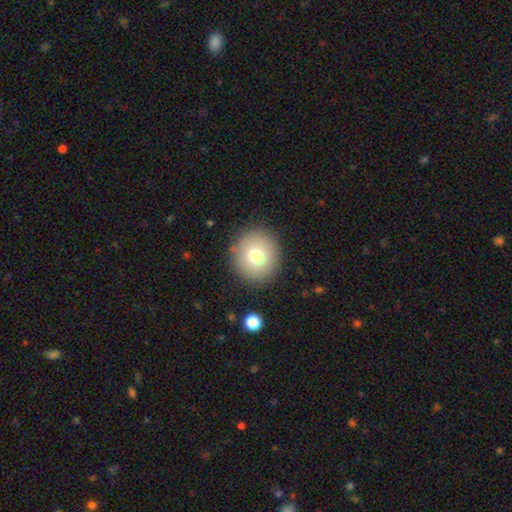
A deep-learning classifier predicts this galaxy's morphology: Overall: smooth (73%). How rounded: round (88%). Merging: none (87%).